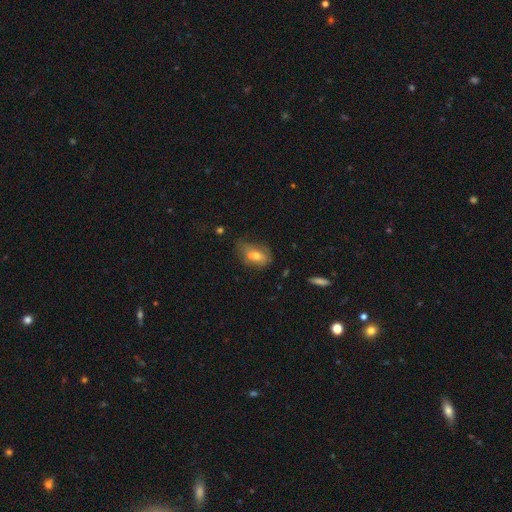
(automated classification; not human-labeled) Smooth or featured? Predicted: smooth (p=0.61). How rounded? Predicted: in between (p=0.81). Merging? Predicted: none (p=0.38).